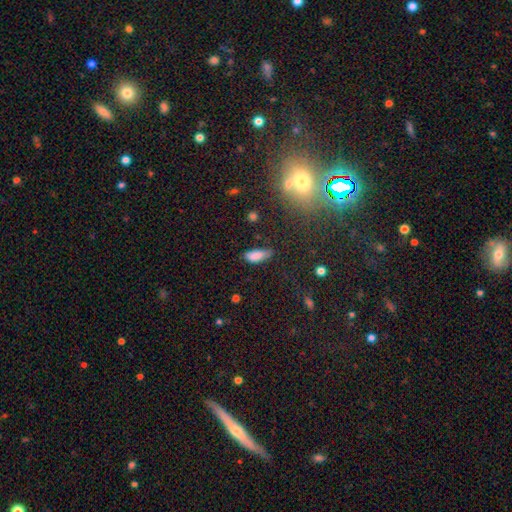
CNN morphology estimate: Smooth or featured: smooth — 83% (featured or disk — 8%)
How rounded: in between — 76% (cigar-shaped — 22%)
Merging: none — 60% (minor disturbance — 29%)